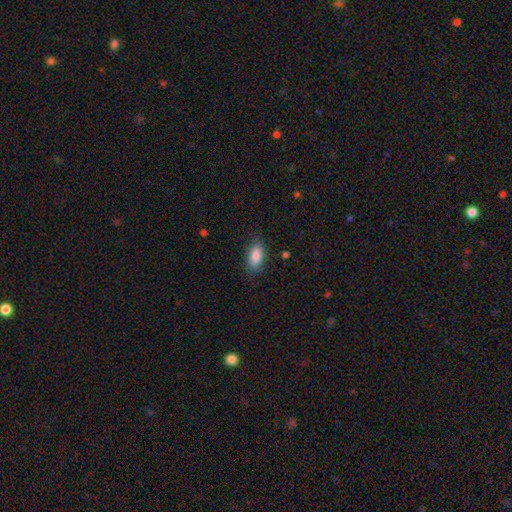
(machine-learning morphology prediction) smooth-or-featured: smooth: 87% | star or artifact: 7% | featured or disk: 6%
  how-rounded: in between: 90% | cigar-shaped: 6% | round: 4%
  merging: none: 83% | minor disturbance: 13% | major disturbance: 3% | merger: 1%